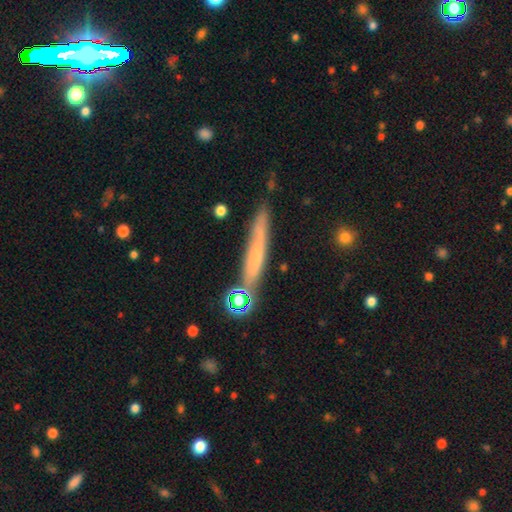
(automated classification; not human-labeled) Smooth or featured? smooth (53%)
How rounded? cigar-shaped (93%)
Merging? none (74%)